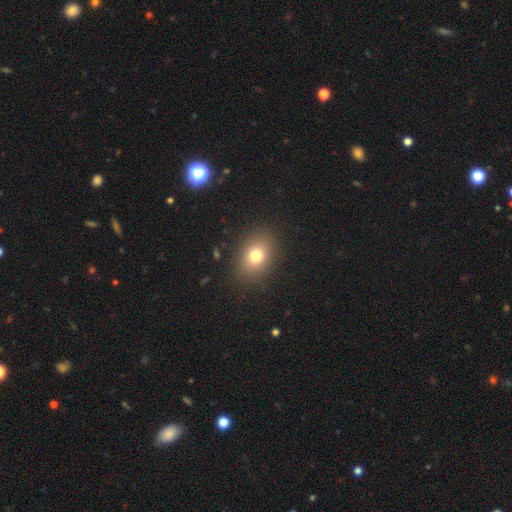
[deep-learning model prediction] Q: Smooth or featured?
A: smooth (76%); runner-up: star or artifact (13%)
Q: How rounded?
A: in between (62%); runner-up: round (37%)
Q: Merging?
A: none (87%); runner-up: minor disturbance (8%)